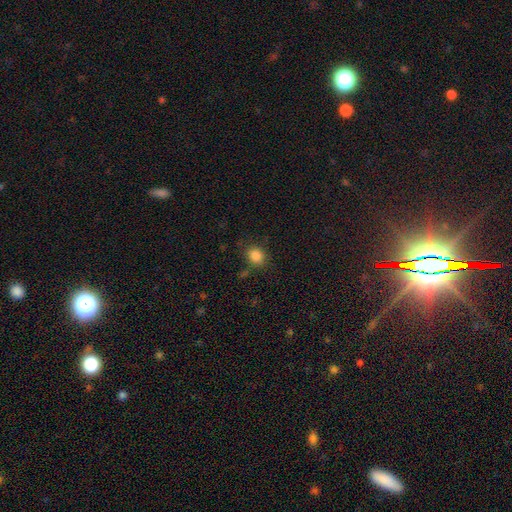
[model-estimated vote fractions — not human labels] Overall: smooth (84%). How rounded: round (67%; in between 32%). Merging: none (80%).